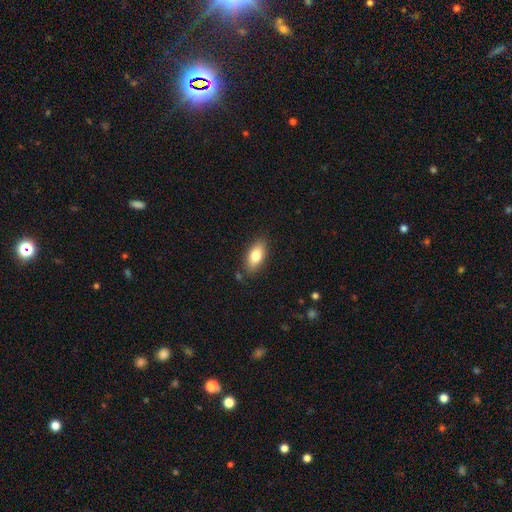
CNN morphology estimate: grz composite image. It shows a smooth galaxy with no disk features (77%) that is in between round and cigar-shaped (86%). Merging: none (83%).